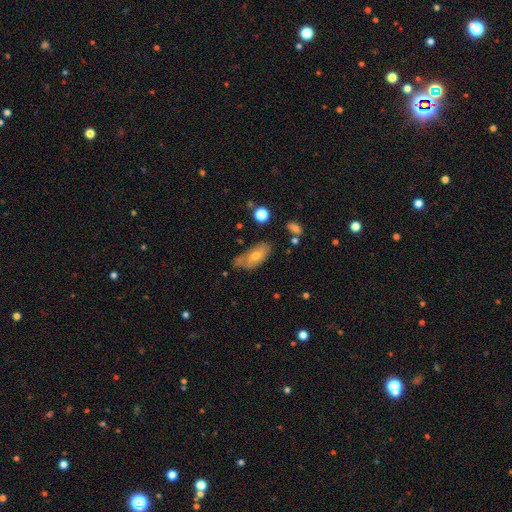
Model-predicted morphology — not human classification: Smooth or featured: smooth — 55% (featured or disk — 35%)
How rounded: in between — 83% (cigar-shaped — 14%)
Merging: none — 55% (minor disturbance — 30%)